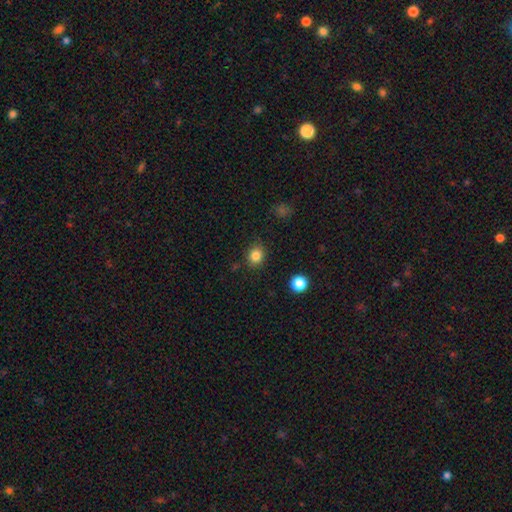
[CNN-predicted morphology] type=smooth (83%); roundness=round (75%); merging=none (85%).